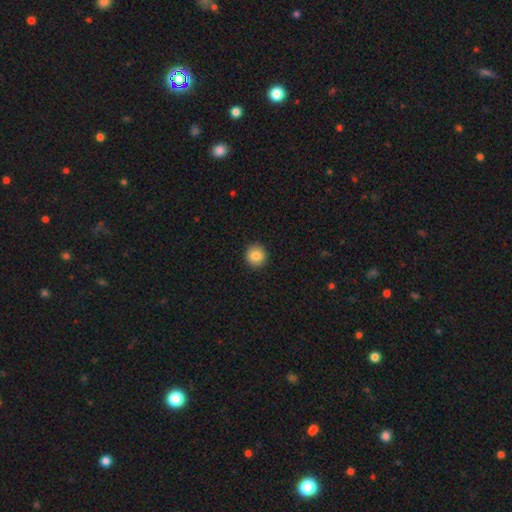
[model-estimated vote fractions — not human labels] The model was most divided on "smooth or featured": smooth: 84%, star or artifact: 9%, featured or disk: 7%. More confident: merging — none (92%); how rounded — round (92%).